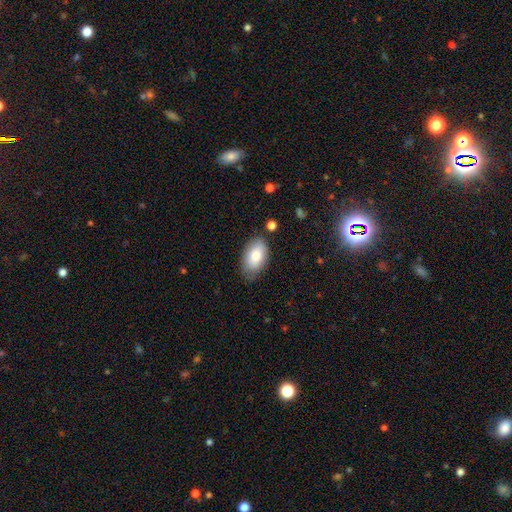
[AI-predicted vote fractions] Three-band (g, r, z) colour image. It shows a smooth galaxy with no disk features (81%) that is in between round and cigar-shaped (94%). Merging: none (76%).